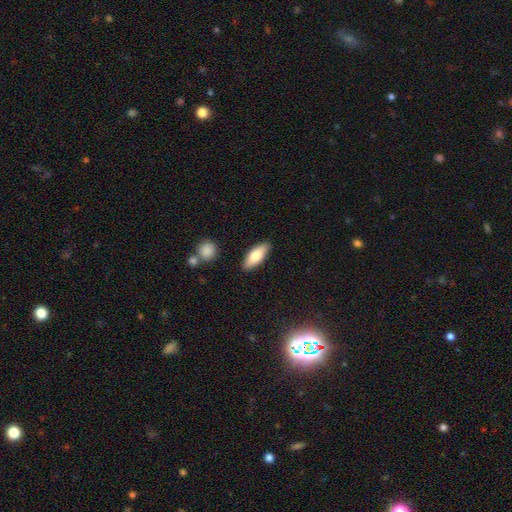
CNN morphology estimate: Smooth or featured: smooth — 73% (featured or disk — 21%)
How rounded: in between — 69% (cigar-shaped — 29%)
Merging: none — 87% (minor disturbance — 9%)